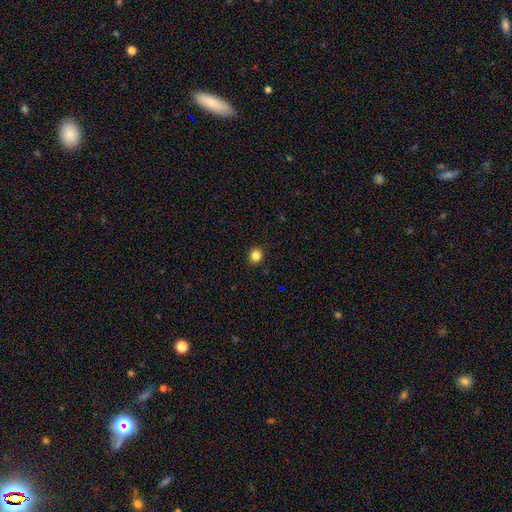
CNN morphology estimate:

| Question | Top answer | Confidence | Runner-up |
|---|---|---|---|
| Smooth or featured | smooth | 83% | star or artifact (12%) |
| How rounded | round | 85% | in between (15%) |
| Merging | none | 92% | minor disturbance (5%) |